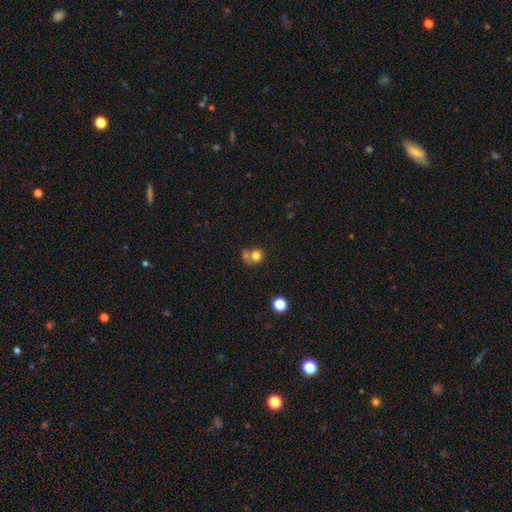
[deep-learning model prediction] A smooth galaxy with no disk features (74%) that is round (80%).

Vote fractions:
- Smooth or featured? smooth: 74% / featured or disk: 13% / star or artifact: 13%
- How rounded? round: 80% / in between: 19% / cigar-shaped: 1%
- Merging? merger: 48% / none: 39% / minor disturbance: 9% / major disturbance: 5%